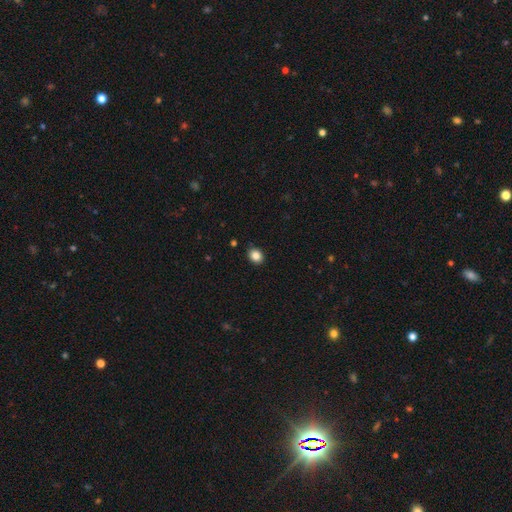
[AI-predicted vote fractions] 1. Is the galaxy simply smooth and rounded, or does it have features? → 85% smooth, 10% star or artifact, 5% featured or disk.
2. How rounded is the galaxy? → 60% round, 39% in between, 1% cigar-shaped.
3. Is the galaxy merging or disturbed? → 90% none, 7% minor disturbance, 2% major disturbance, 1% merger.